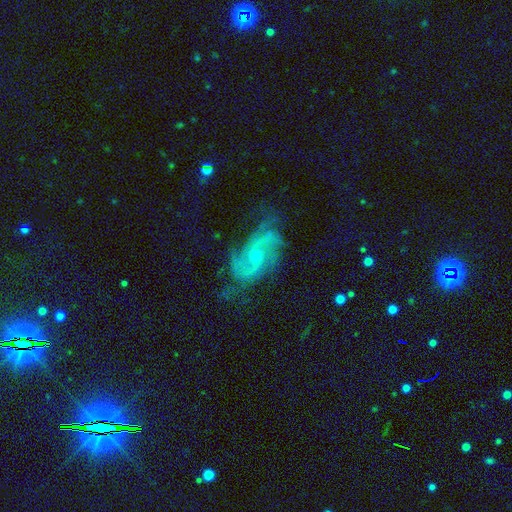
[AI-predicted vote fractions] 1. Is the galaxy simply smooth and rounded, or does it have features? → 86% featured or disk, 7% star or artifact, 7% smooth.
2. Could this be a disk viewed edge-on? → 96% no, 4% yes.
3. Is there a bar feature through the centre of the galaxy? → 54% no, 36% weak, 10% strong.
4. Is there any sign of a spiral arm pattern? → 96% yes, 4% no.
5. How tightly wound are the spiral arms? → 44% medium, 39% loose, 17% tight.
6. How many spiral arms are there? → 68% 2, 13% 3, 9% can't tell, 4% 4, 3% 1, 3% more than 4.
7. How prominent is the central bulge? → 68% small, 29% moderate, 1% none, 1% large, 1% dominant.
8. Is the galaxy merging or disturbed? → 61% none, 23% minor disturbance, 14% major disturbance, 2% merger.